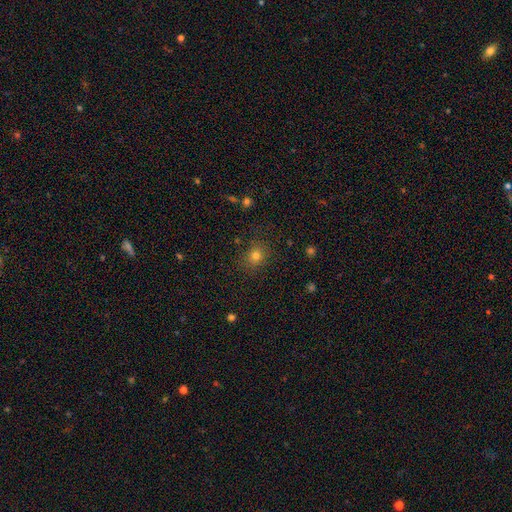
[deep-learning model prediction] This is likely a smooth galaxy (76%). How rounded: likely round (73%). Merging: clearly none (83%).